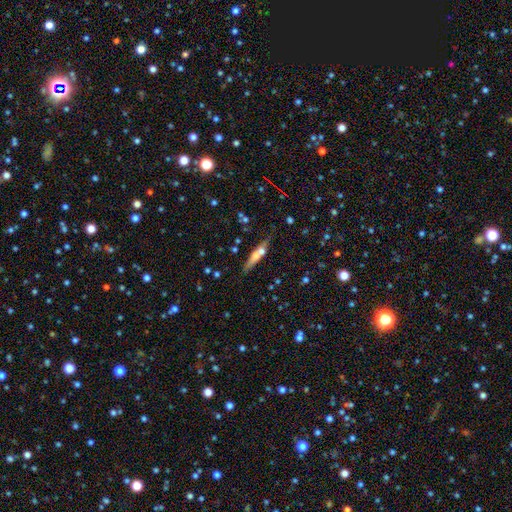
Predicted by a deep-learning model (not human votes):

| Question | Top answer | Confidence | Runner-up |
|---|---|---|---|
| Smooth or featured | smooth | 51% | featured or disk (41%) |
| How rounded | cigar-shaped | 81% | in between (16%) |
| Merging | none | 62% | merger (18%) |